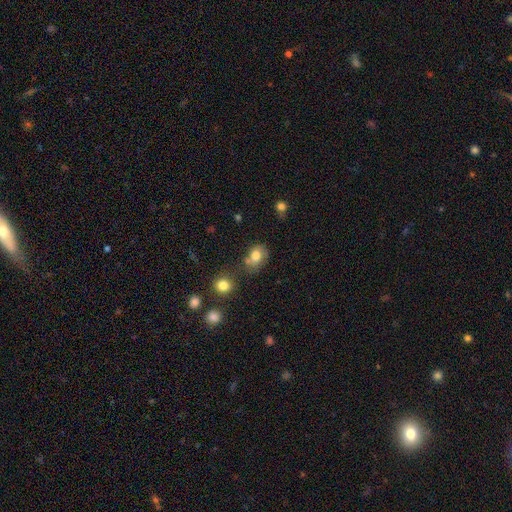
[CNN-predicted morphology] This is likely a smooth galaxy (77%). How rounded: likely in between (63%). Merging: possibly none (56%).